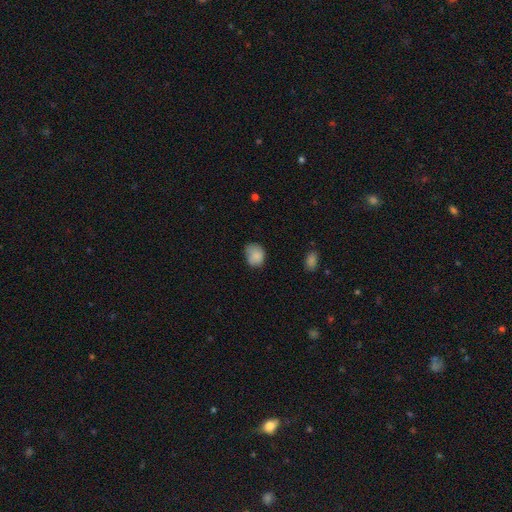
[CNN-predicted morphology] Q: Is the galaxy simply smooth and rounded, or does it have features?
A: smooth — 83%.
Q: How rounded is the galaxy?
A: in between — 50%.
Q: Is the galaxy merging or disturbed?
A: none — 56%.